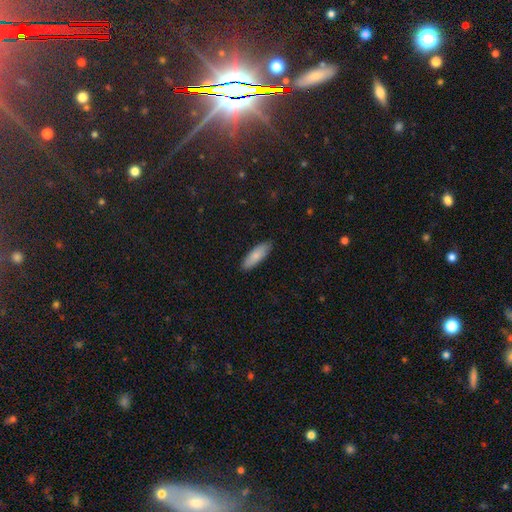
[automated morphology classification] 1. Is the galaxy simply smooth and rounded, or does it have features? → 83% smooth, 11% featured or disk, 6% star or artifact.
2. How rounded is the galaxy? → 56% in between, 42% cigar-shaped, 2% round.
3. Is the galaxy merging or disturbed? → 87% none, 10% minor disturbance, 2% major disturbance, 1% merger.